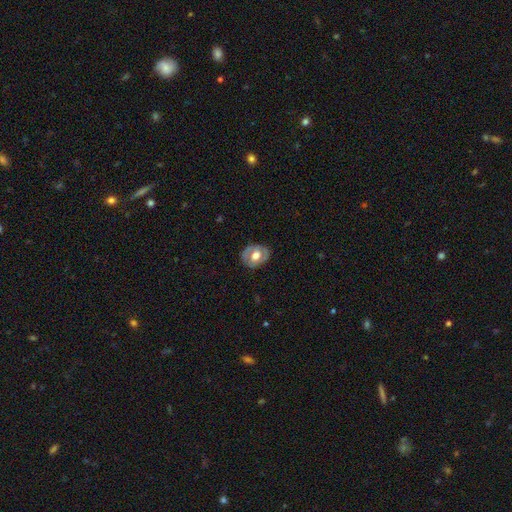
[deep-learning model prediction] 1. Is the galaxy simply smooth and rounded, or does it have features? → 53% featured or disk, 41% smooth, 6% star or artifact.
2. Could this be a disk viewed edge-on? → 94% no, 6% yes.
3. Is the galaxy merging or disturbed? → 79% none, 15% minor disturbance, 4% major disturbance, 1% merger.